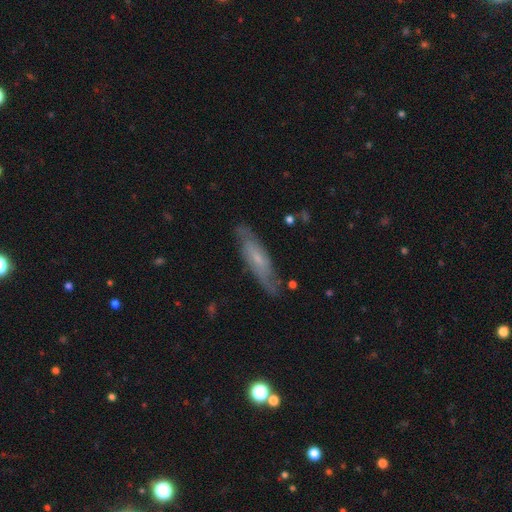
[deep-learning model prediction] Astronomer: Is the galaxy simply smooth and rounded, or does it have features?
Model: featured or disk — 60%.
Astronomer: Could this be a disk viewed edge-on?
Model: no — 60% (runner-up: yes, 40%).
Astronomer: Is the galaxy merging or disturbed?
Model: none — 79%.